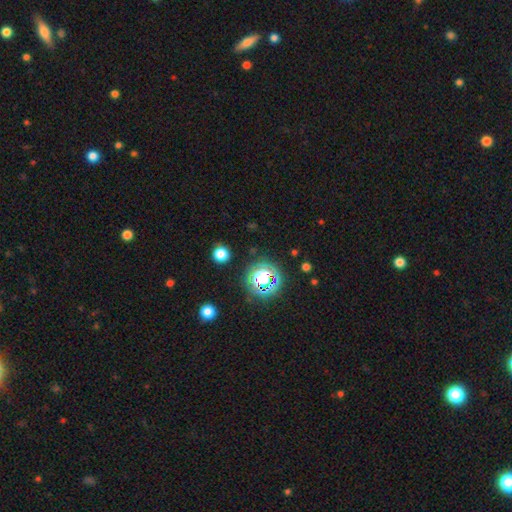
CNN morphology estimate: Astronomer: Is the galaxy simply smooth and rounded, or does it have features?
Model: star or artifact — 75%.